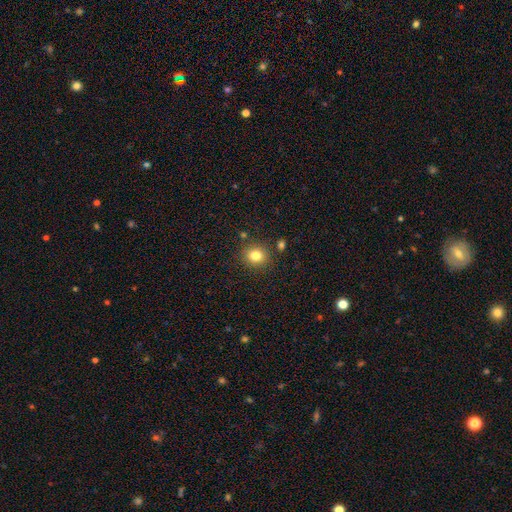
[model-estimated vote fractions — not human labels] smooth_or_featured: smooth (p=0.81) [alt: star or artifact p=0.12]
how_rounded: round (p=0.82) [alt: in between p=0.18]
merging: none (p=0.85) [alt: minor disturbance p=0.08]